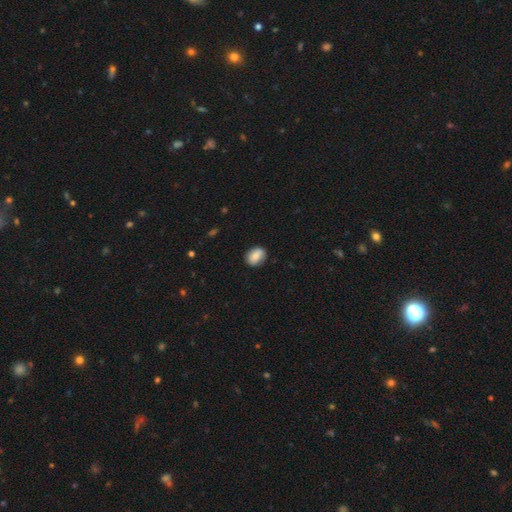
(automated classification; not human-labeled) Q: Smooth or featured?
A: smooth (77%); runner-up: featured or disk (16%)
Q: How rounded?
A: in between (60%); runner-up: round (38%)
Q: Merging?
A: none (82%); runner-up: minor disturbance (14%)